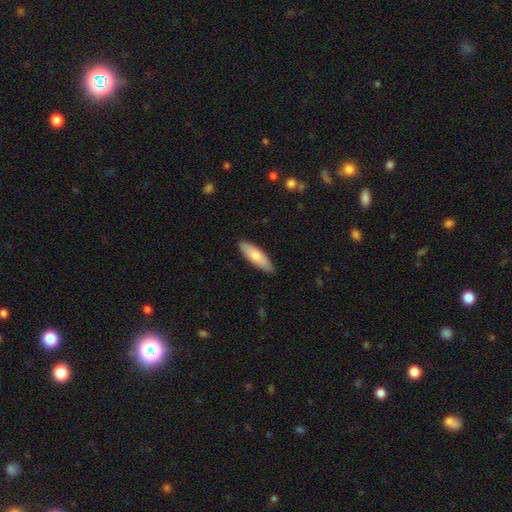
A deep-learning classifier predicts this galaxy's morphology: A smooth galaxy with no disk features (74%) that is in between round and cigar-shaped (55%).

Vote fractions:
- Smooth or featured? smooth: 74% / featured or disk: 21% / star or artifact: 5%
- How rounded? in between: 55% / cigar-shaped: 43% / round: 2%
- Merging? none: 86% / minor disturbance: 11% / major disturbance: 2% / merger: 1%